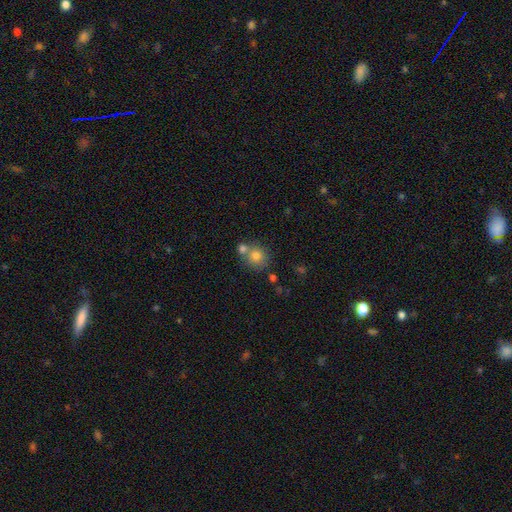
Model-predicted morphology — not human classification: type=smooth (77%); roundness=round (85%); merging=none (56%).